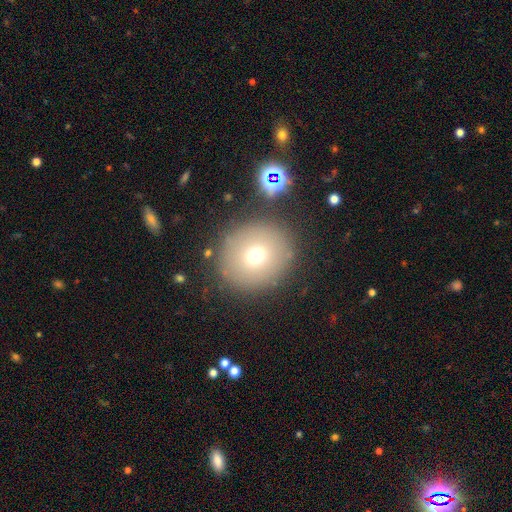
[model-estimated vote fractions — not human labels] Smooth or featured? smooth (68%)
How rounded? round (88%)
Merging? none (82%)